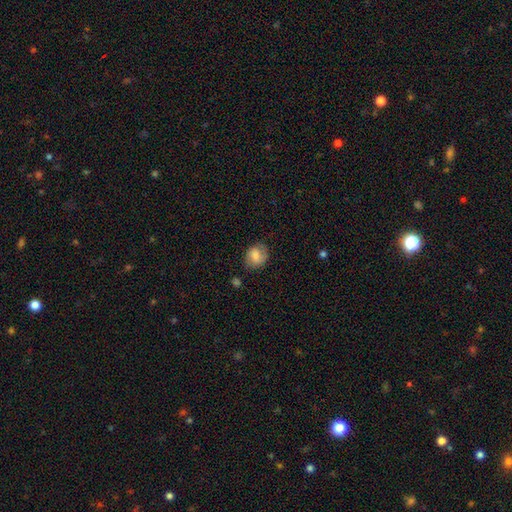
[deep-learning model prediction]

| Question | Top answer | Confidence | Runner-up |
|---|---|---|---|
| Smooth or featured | smooth | 68% | featured or disk (24%) |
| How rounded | round | 58% | in between (41%) |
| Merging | none | 71% | minor disturbance (21%) |